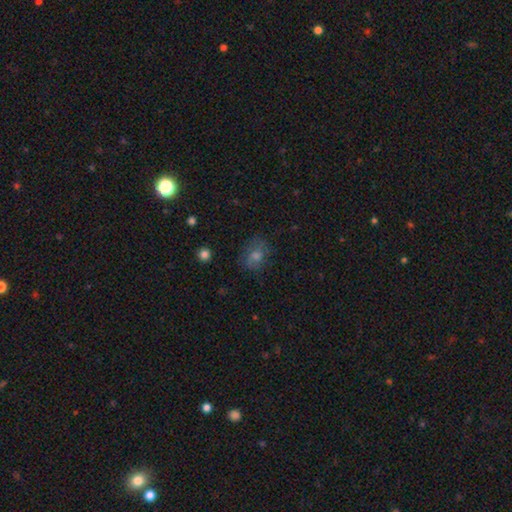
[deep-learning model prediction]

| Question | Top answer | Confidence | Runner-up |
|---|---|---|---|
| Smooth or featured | smooth | 54% | featured or disk (23%) |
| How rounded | in between | 52% | round (46%) |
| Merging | none | 71% | minor disturbance (19%) |